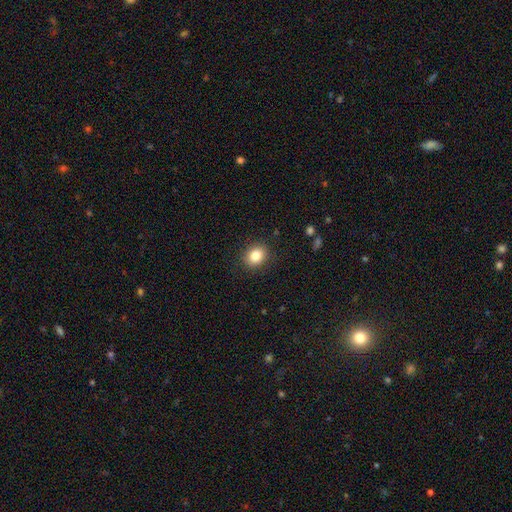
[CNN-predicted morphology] A smooth galaxy with no disk features (83%) that is round (58%). Merging: none (89%).